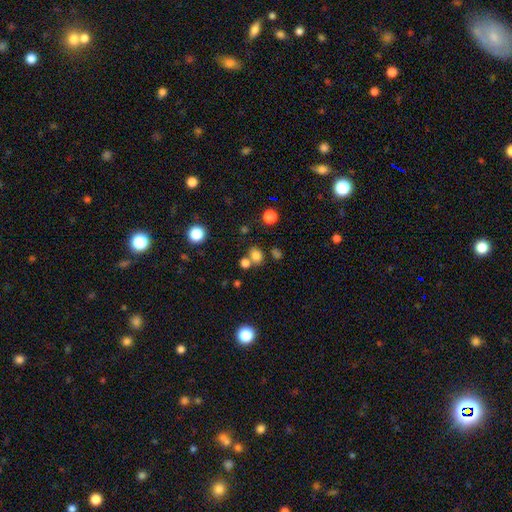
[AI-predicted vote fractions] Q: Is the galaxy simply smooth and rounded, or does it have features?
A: smooth — 78%.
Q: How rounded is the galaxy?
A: round — 55%.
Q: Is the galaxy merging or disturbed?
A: none — 60%.